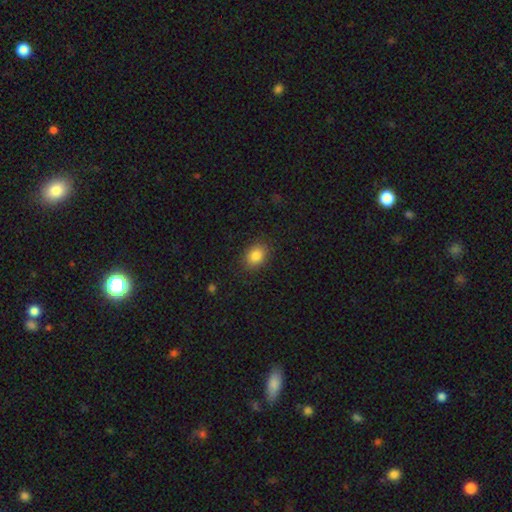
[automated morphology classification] A smooth galaxy with no disk features (84%) that is in between round and cigar-shaped (58%). Merging: none (86%).